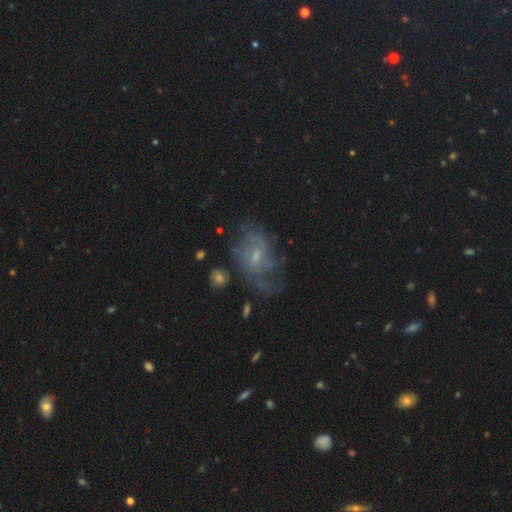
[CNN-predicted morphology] Smooth or featured?
  - featured or disk: 69% *
  - smooth: 20%
  - star or artifact: 11%
Edge-on disk?
  - no: 97% *
  - yes: 3%
Bar?
  - no: 56% *
  - weak: 39%
  - strong: 5%
Spiral arms?
  - yes: 73% *
  - no: 27%
Bulge size?
  - small: 62% *
  - moderate: 28%
  - none: 7%
  - large: 2%
  - dominant: 1%
Merging?
  - none: 47% *
  - major disturbance: 28%
  - minor disturbance: 22%
  - merger: 4%